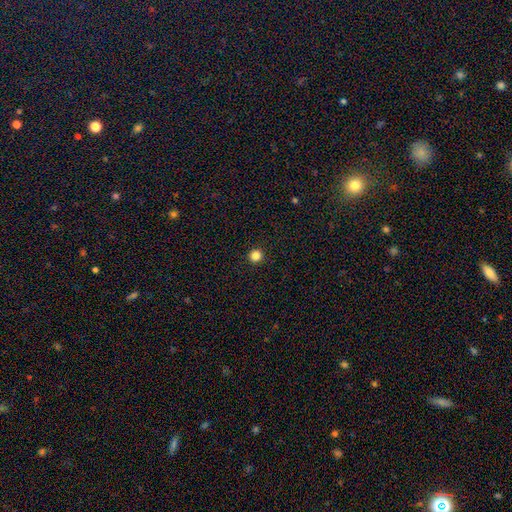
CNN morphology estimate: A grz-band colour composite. It shows a smooth galaxy with no disk features (84%) that is round (96%). Merging: none (94%).